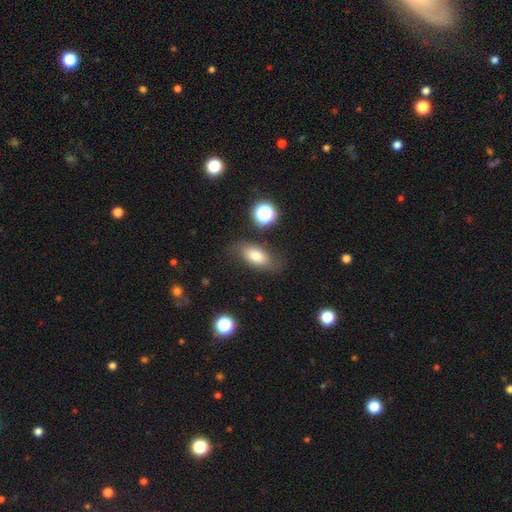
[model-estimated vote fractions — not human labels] smooth-or-featured: smooth: 73% | featured or disk: 17% | star or artifact: 10%
  how-rounded: in between: 85% | cigar-shaped: 8% | round: 7%
  merging: none: 72% | minor disturbance: 18% | major disturbance: 7% | merger: 3%